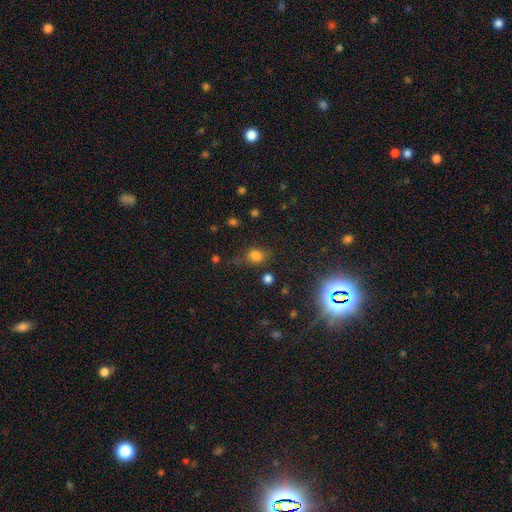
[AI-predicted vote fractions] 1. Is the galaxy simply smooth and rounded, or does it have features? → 76% smooth, 17% star or artifact, 7% featured or disk.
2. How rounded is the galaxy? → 52% round, 46% in between, 2% cigar-shaped.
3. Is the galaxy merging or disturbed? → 63% none, 22% minor disturbance, 10% major disturbance, 5% merger.